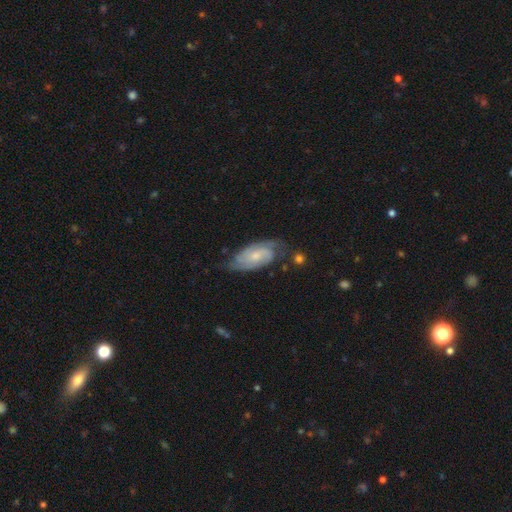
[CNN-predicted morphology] Q: Smooth or featured?
A: featured or disk (75%); runner-up: smooth (19%)
Q: Edge-on disk?
A: no (94%); runner-up: yes (6%)
Q: Bar?
A: no (60%); runner-up: weak (34%)
Q: Spiral arms?
A: yes (95%); runner-up: no (5%)
Q: Spiral winding?
A: tight (47%); runner-up: medium (40%)
Q: Spiral arm count?
A: 2 (67%); runner-up: can't tell (17%)
Q: Bulge size?
A: small (48%); runner-up: moderate (40%)
Q: Merging?
A: none (63%); runner-up: minor disturbance (25%)